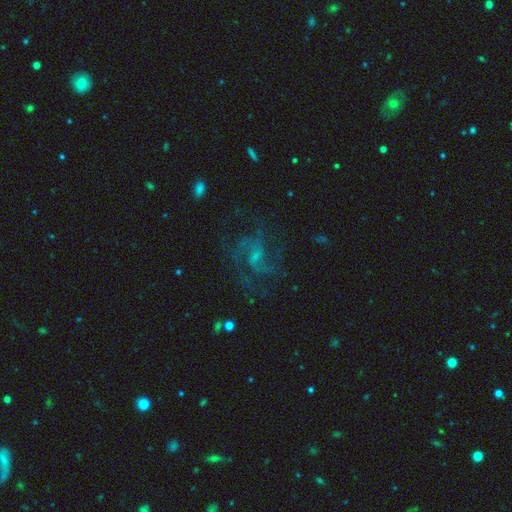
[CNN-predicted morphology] type=featured or disk (77%); edge-on=no (98%); bar=weak (49%); spiral arms=yes (92%); winding=medium (51%); arm count=2 (33%); bulge=small (50%); merging=none (62%).